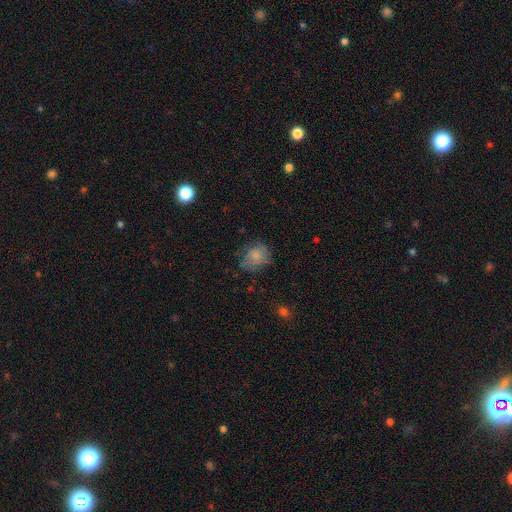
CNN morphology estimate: Smooth or featured?
  - smooth: 71% *
  - featured or disk: 19%
  - star or artifact: 10%
How rounded?
  - round: 57% *
  - in between: 42%
  - cigar-shaped: 1%
Merging?
  - none: 58% *
  - minor disturbance: 26%
  - major disturbance: 14%
  - merger: 2%